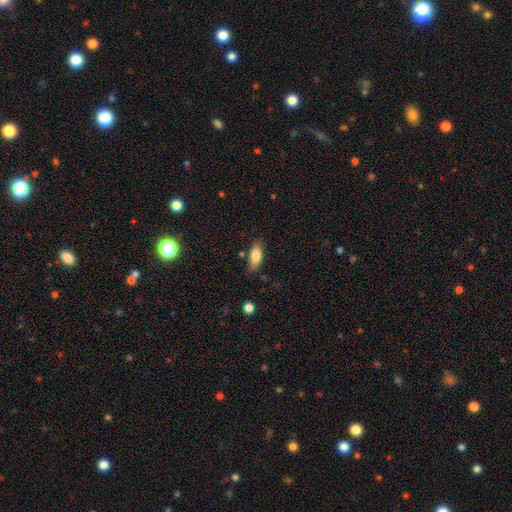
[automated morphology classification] smooth-or-featured: smooth: 79% | featured or disk: 14% | star or artifact: 7%
  how-rounded: in between: 76% | cigar-shaped: 22% | round: 3%
  merging: none: 76% | minor disturbance: 17% | merger: 3% | major disturbance: 3%